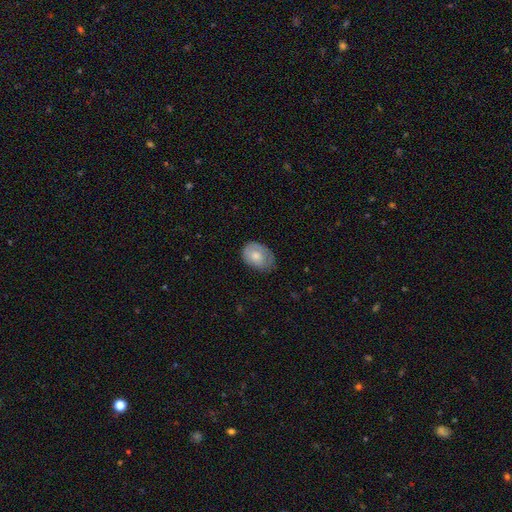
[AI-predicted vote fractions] The model was most divided on "merging": none: 57%, minor disturbance: 32%, major disturbance: 9%, merger: 1%. More confident: how rounded — in between (77%); smooth or featured — smooth (73%).